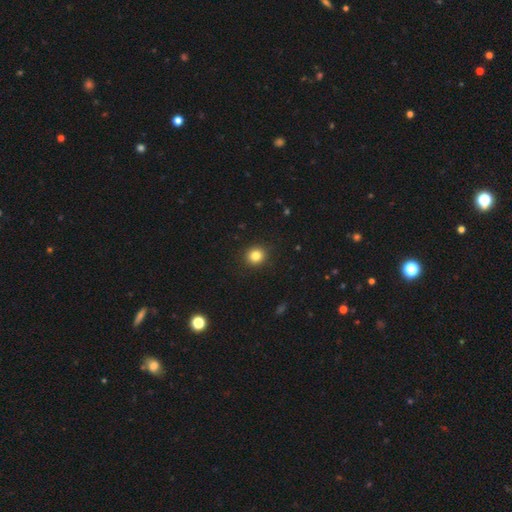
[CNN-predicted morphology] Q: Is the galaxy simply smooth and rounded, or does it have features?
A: smooth — 83%.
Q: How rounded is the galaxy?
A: round — 87%.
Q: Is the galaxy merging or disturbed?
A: none — 92%.